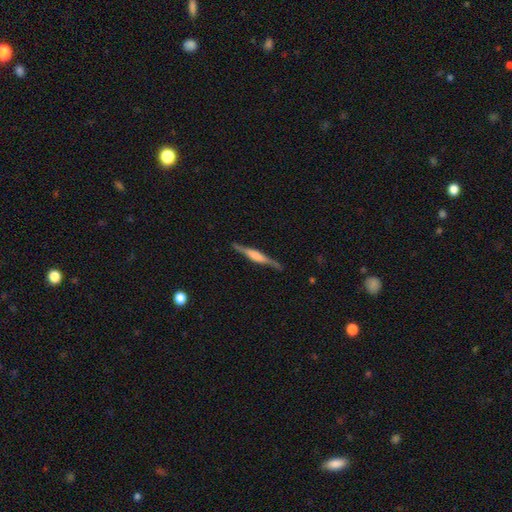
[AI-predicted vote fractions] This is likely a featured or disk galaxy (69%). It is clearly viewed edge-on (96%). Edge-on bulge: possibly boxy (53%). Merging: clearly none (84%).